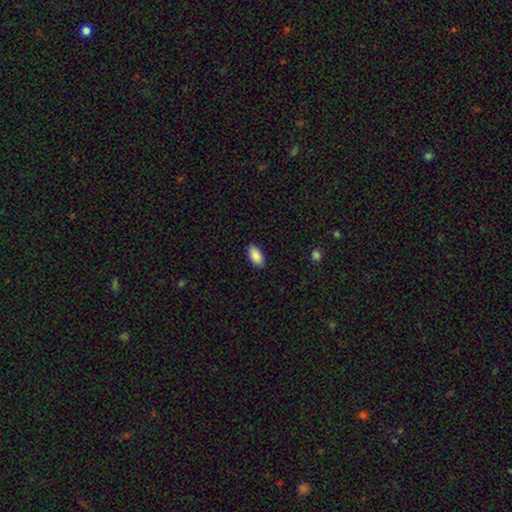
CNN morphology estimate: smooth-or-featured: smooth: 89% | star or artifact: 6% | featured or disk: 4%
  how-rounded: in between: 94% | cigar-shaped: 4% | round: 2%
  merging: none: 87% | minor disturbance: 10% | major disturbance: 2% | merger: 1%